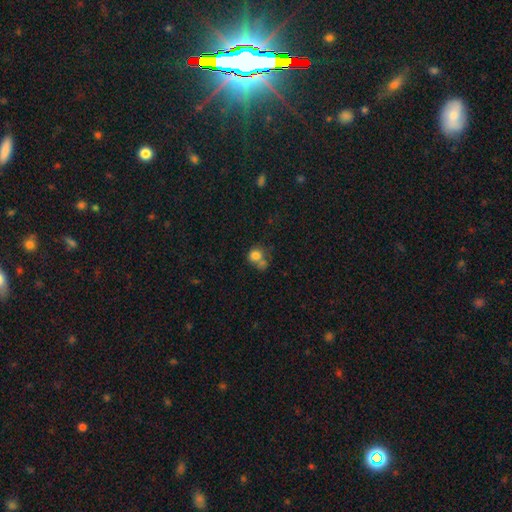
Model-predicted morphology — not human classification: This appears to be a smooth galaxy with no disk features (74%) that is round (73%). Merging: none (35%, tied with merger).